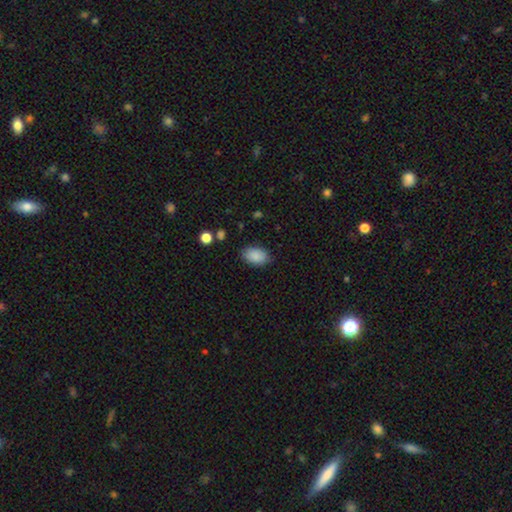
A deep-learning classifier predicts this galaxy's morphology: smooth_or_featured: smooth (p=0.89) [alt: star or artifact p=0.07]
how_rounded: in between (p=0.90) [alt: round p=0.09]
merging: none (p=0.83) [alt: minor disturbance p=0.12]